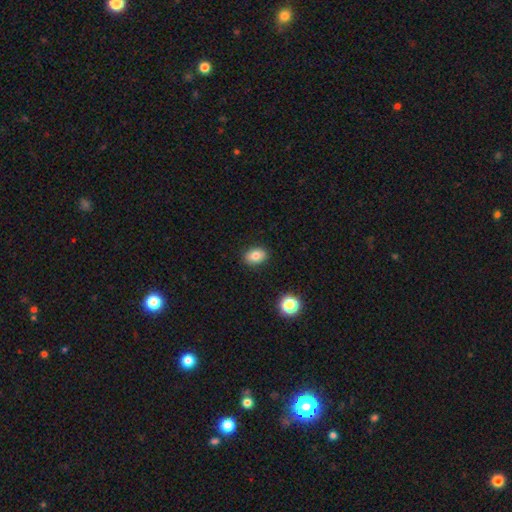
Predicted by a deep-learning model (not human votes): Smooth or featured? Predicted: smooth (p=0.81). How rounded? Predicted: in between (p=0.76). Merging? Predicted: none (p=0.89).